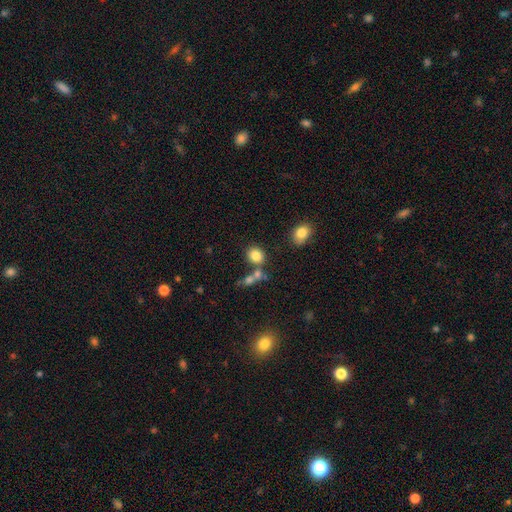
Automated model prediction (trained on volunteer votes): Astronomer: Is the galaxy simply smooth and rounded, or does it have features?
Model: smooth — 81%.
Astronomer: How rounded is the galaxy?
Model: round — 67%.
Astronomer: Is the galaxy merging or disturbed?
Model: none — 62%.